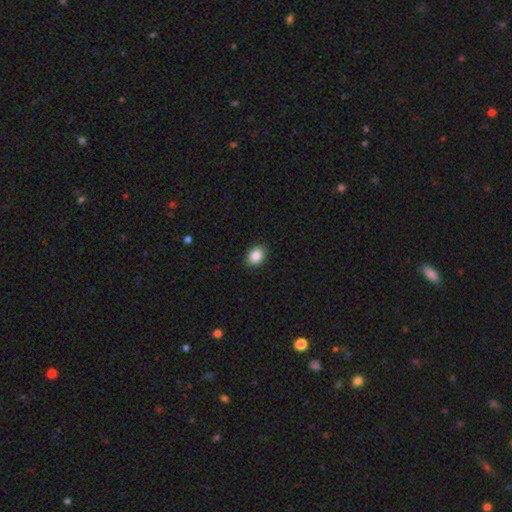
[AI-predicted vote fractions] Morphology: type=smooth (87%); roundness=in between (65%); merging=none (90%).